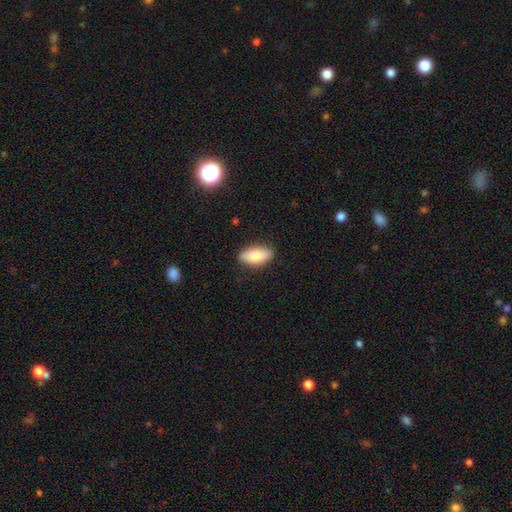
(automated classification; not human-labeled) Overall: smooth (82%). How rounded: in between (88%). Merging: none (86%).